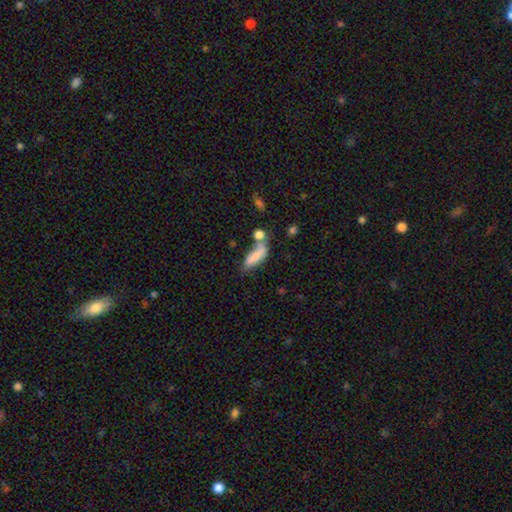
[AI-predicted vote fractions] smooth-or-featured: smooth: 76% | featured or disk: 15% | star or artifact: 9%
  how-rounded: in between: 61% | cigar-shaped: 36% | round: 3%
  merging: none: 33% | merger: 31% | minor disturbance: 21% | major disturbance: 15%